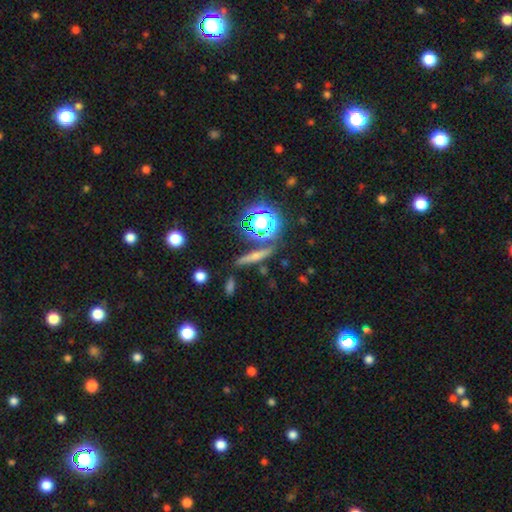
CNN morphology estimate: smooth 44%, featured or disk 34%, star or artifact 22%. Down the decision tree: merging — none (79%).